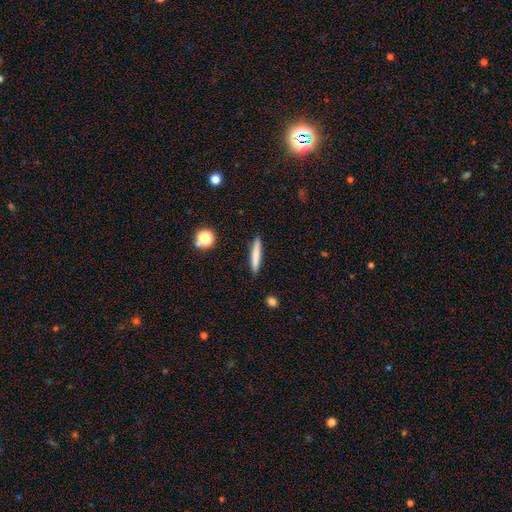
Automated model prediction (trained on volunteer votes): Smooth or featured?
  - smooth: 77% *
  - featured or disk: 16%
  - star or artifact: 7%
How rounded?
  - cigar-shaped: 93% *
  - in between: 5%
  - round: 1%
Merging?
  - none: 90% *
  - minor disturbance: 7%
  - major disturbance: 2%
  - merger: 1%